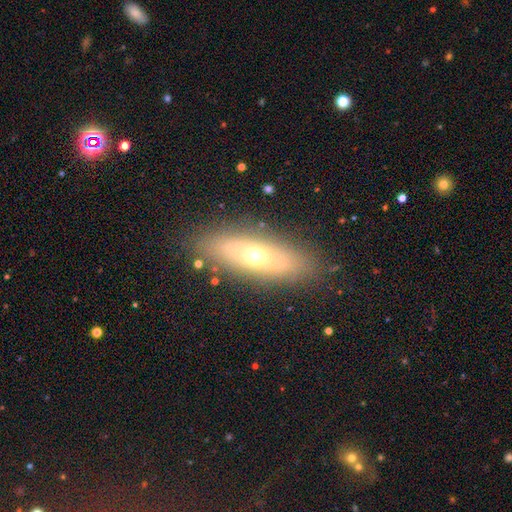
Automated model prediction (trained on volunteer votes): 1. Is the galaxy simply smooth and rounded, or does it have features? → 56% smooth, 34% featured or disk, 10% star or artifact.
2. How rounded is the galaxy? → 55% in between, 41% cigar-shaped, 4% round.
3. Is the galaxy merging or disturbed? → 84% none, 10% minor disturbance, 4% major disturbance, 2% merger.